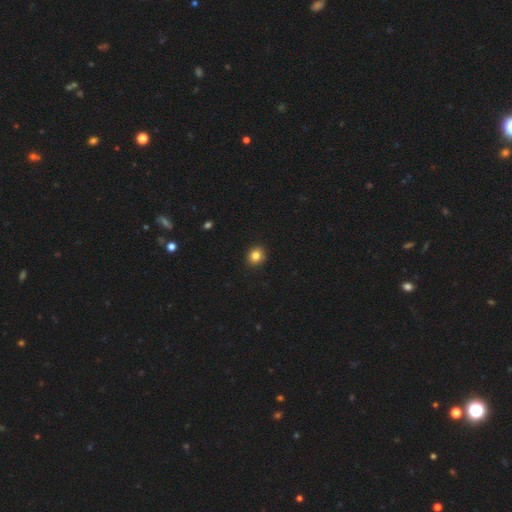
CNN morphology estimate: This appears to be a smooth galaxy with no disk features (83%) that is round (79%). Merging: none (91%).